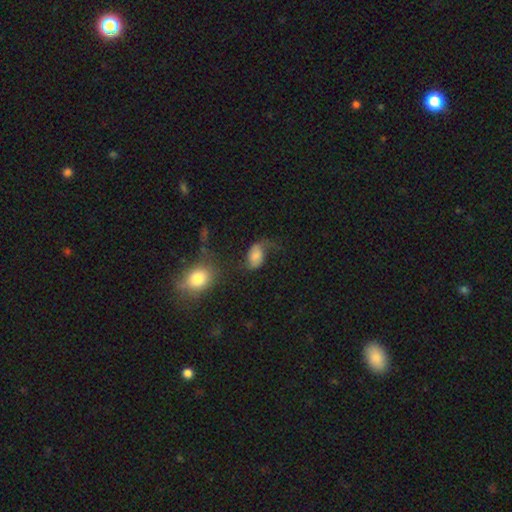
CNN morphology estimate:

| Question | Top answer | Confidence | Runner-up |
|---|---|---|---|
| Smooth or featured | smooth | 55% | featured or disk (34%) |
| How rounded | in between | 80% | round (18%) |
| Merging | none | 34% | major disturbance (33%) |